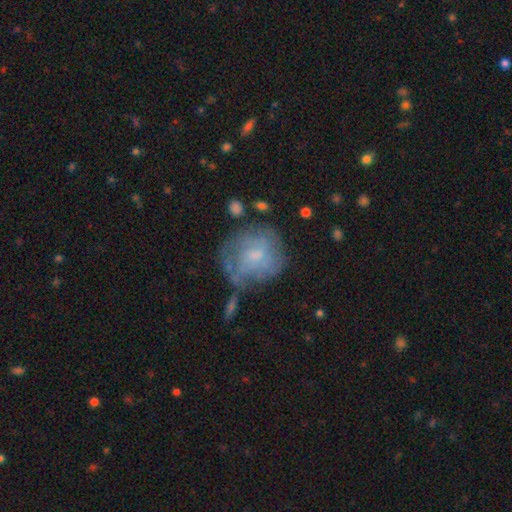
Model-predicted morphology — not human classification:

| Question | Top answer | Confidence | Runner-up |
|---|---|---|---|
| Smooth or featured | featured or disk | 48% | smooth (43%) |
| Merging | none | 49% | minor disturbance (25%) |